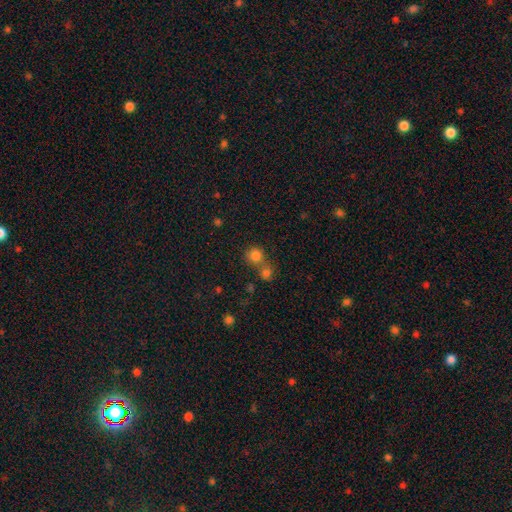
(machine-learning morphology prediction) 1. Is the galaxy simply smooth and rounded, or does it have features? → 80% smooth, 14% star or artifact, 6% featured or disk.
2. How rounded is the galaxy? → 88% round, 11% in between, 1% cigar-shaped.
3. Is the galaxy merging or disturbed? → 54% none, 36% merger, 7% minor disturbance, 3% major disturbance.